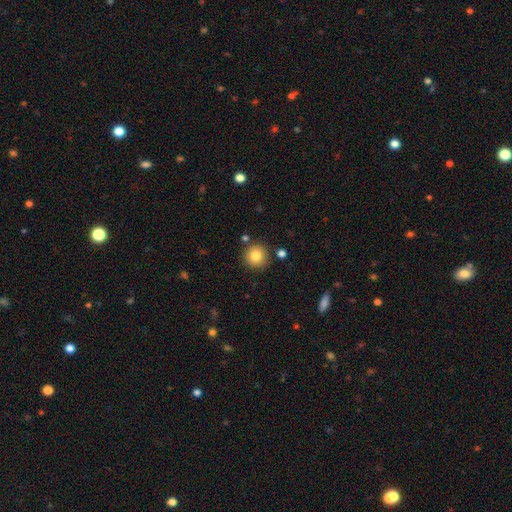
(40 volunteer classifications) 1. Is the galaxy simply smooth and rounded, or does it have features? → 82% smooth, 10% featured or disk, 8% star or artifact.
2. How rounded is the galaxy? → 97% round, 3% in between, 0% cigar-shaped.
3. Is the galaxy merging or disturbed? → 97% none, 3% minor disturbance, 0% major disturbance, 0% merger.